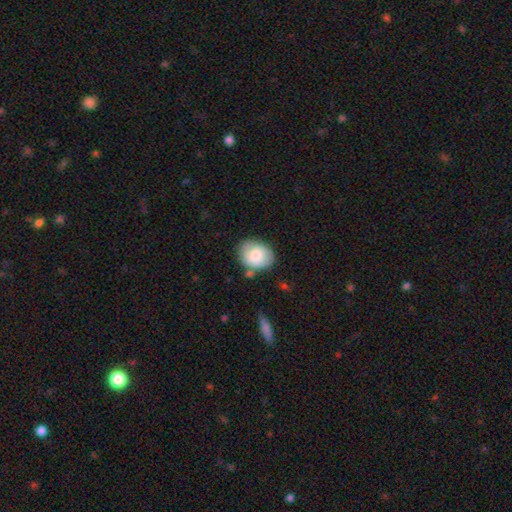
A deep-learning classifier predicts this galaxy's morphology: A smooth galaxy with no disk features (71%) that is in between round and cigar-shaped (52%).

Vote fractions:
- Smooth or featured? smooth: 71% / featured or disk: 22% / star or artifact: 7%
- How rounded? in between: 52% / round: 47% / cigar-shaped: 1%
- Merging? none: 66% / minor disturbance: 21% / merger: 7% / major disturbance: 6%